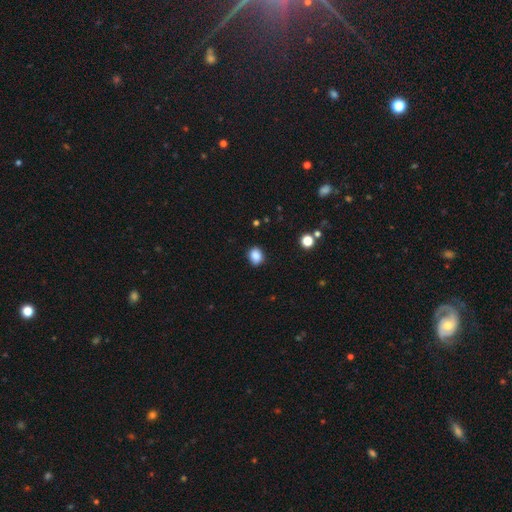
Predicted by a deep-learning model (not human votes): This is clearly a smooth galaxy (86%). How rounded: possibly round (59%). Merging: clearly none (85%).